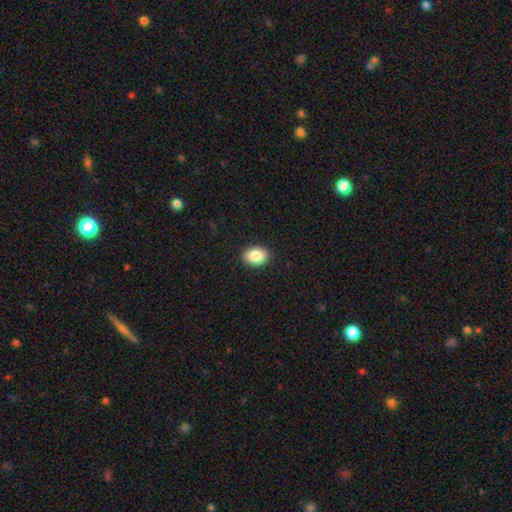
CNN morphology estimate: This is clearly a smooth galaxy (87%). How rounded: likely in between (78%). Merging: clearly none (91%).